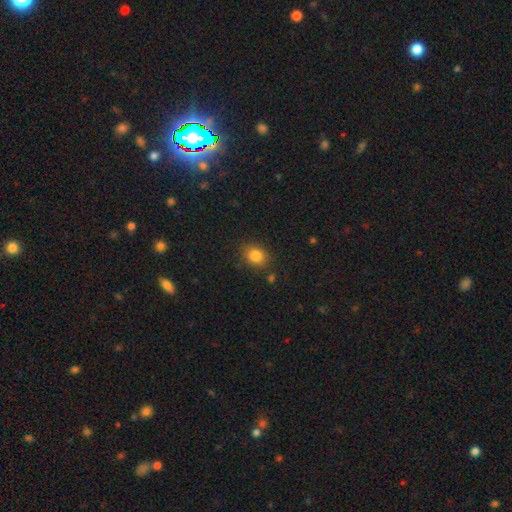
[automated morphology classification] Smooth or featured? smooth (83%)
How rounded? in between (51%)
Merging? none (84%)